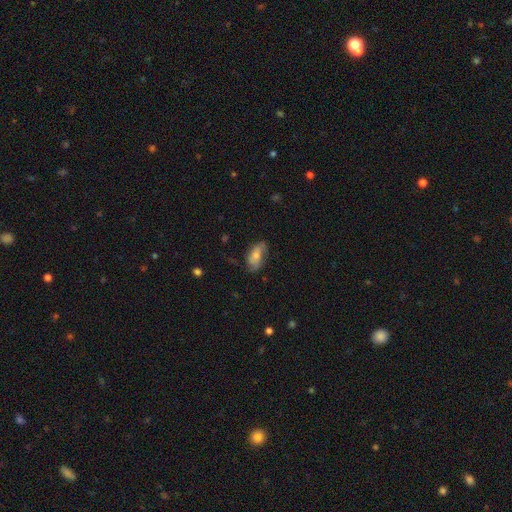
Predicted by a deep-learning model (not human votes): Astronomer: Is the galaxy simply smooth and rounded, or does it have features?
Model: smooth — 58% (runner-up: featured or disk, 34%).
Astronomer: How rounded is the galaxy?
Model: in between — 88%.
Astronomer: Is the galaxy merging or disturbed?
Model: none — 59%.